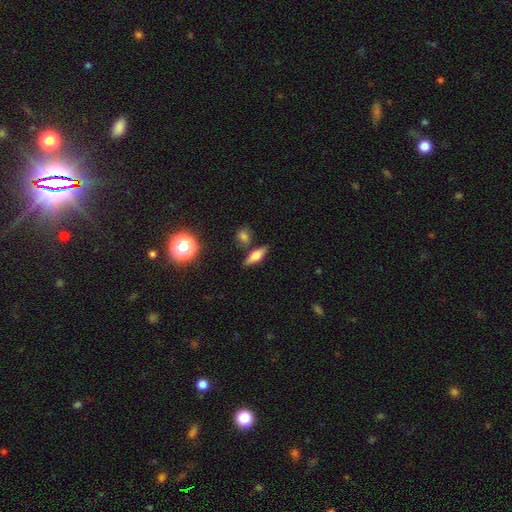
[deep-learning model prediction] Overall: smooth (45%, tied with featured or disk). Merging: none (77%).